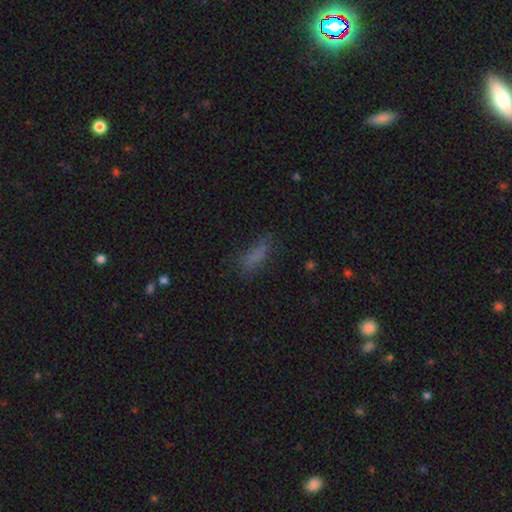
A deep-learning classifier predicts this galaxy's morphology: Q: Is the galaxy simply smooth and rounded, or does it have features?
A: smooth — 74%.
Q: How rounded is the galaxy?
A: in between — 51%.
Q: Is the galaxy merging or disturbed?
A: none — 60%.